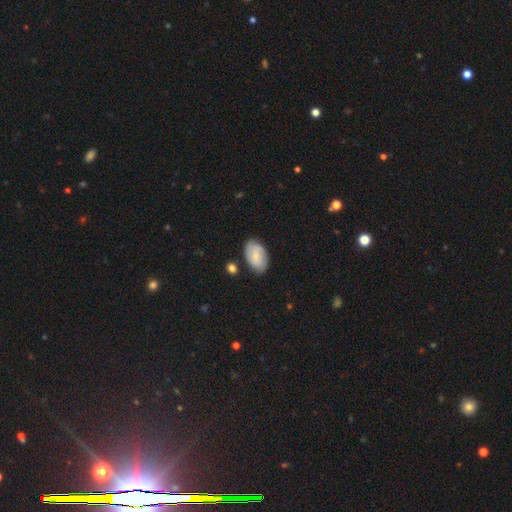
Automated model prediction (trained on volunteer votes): Smooth or featured?
  - smooth: 62% *
  - featured or disk: 31%
  - star or artifact: 7%
How rounded?
  - in between: 91% *
  - round: 7%
  - cigar-shaped: 1%
Merging?
  - none: 77% *
  - minor disturbance: 16%
  - major disturbance: 3%
  - merger: 3%